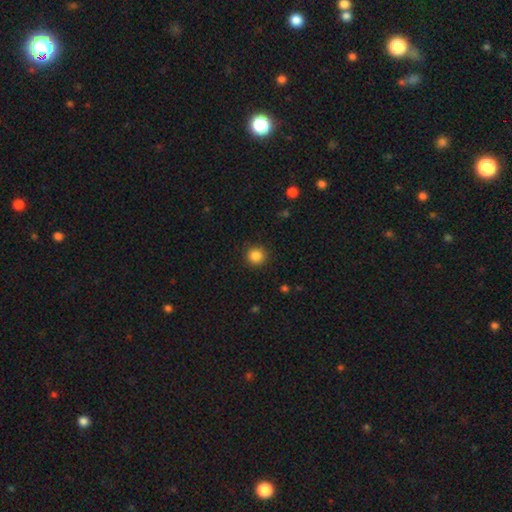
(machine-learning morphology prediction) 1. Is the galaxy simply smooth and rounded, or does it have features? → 86% smooth, 11% star or artifact, 3% featured or disk.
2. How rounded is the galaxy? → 93% round, 6% in between, 1% cigar-shaped.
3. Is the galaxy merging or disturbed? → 91% none, 6% minor disturbance, 2% major disturbance, 1% merger.